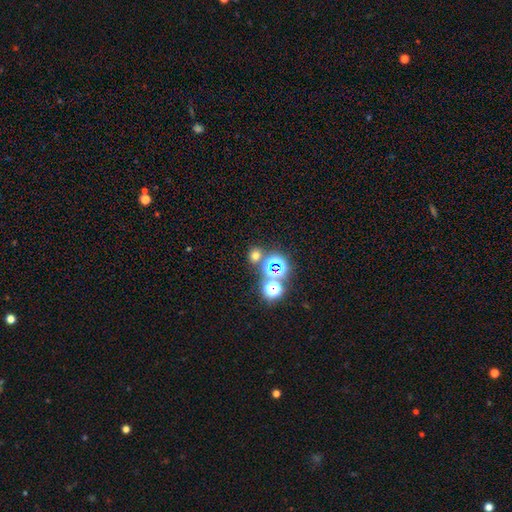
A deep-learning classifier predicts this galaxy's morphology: smooth 58%, star or artifact 35%, featured or disk 7%. Down the decision tree: how rounded — round (84%); merging — none (77%).